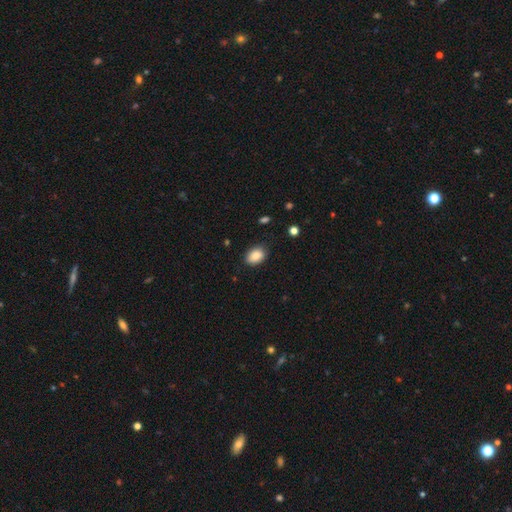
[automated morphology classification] Smooth or featured?
  - smooth: 88% *
  - star or artifact: 8%
  - featured or disk: 4%
How rounded?
  - in between: 84% *
  - round: 15%
  - cigar-shaped: 1%
Merging?
  - none: 83% *
  - minor disturbance: 13%
  - major disturbance: 3%
  - merger: 1%